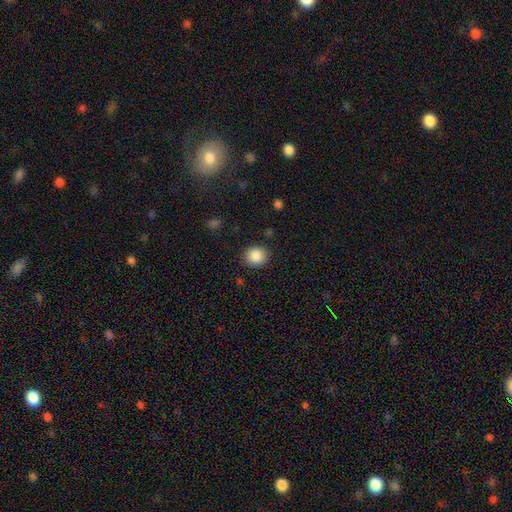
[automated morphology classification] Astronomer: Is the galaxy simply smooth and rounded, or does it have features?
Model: smooth — 87%.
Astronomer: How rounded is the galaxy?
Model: round — 82%.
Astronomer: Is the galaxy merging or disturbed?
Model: none — 88%.